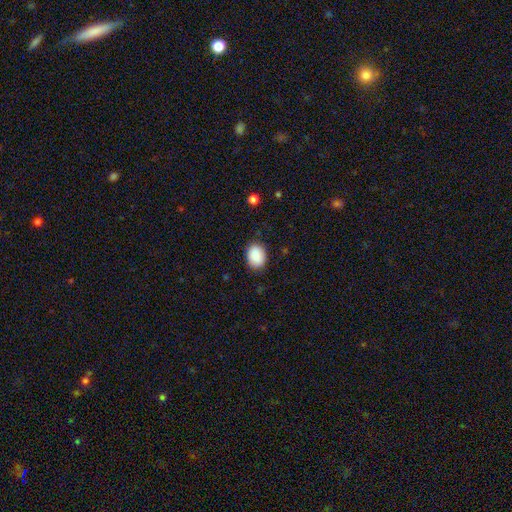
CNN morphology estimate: smooth_or_featured: smooth (p=0.90) [alt: star or artifact p=0.07]
how_rounded: in between (p=0.71) [alt: round p=0.28]
merging: none (p=0.85) [alt: minor disturbance p=0.11]